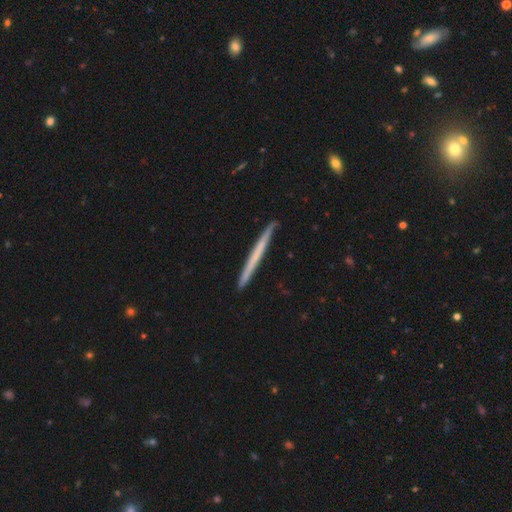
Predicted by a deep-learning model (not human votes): Smooth or featured? featured or disk (47%, tied with smooth)
Merging? none (91%)